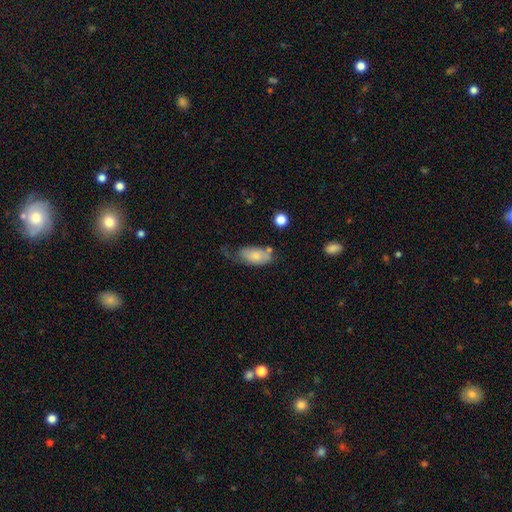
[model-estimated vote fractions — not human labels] smooth-or-featured: smooth: 73% | featured or disk: 20% | star or artifact: 7%
  how-rounded: in between: 92% | cigar-shaped: 5% | round: 3%
  merging: none: 40% | minor disturbance: 33% | major disturbance: 17% | merger: 9%